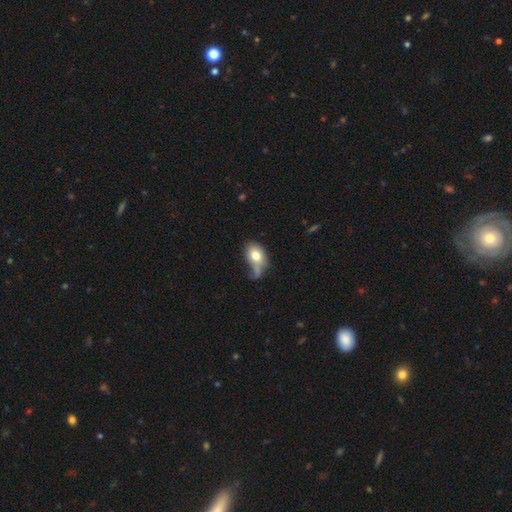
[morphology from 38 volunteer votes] type=smooth (82%); roundness=in between (81%); merging=major disturbance (31%).